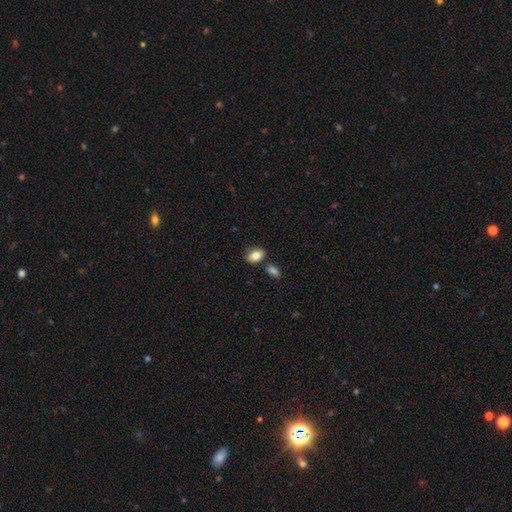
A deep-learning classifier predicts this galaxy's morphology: Overall: smooth (85%). How rounded: in between (83%). Merging: none (74%).